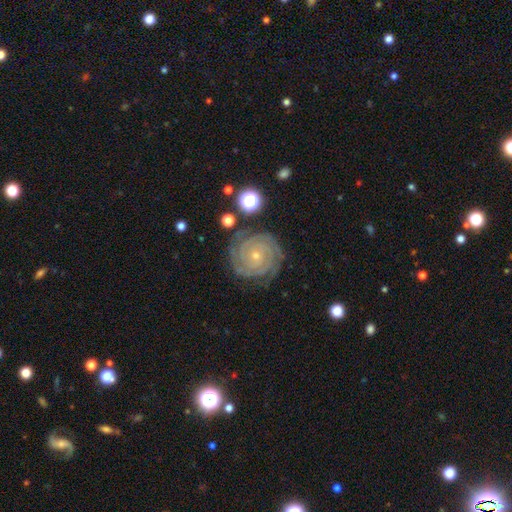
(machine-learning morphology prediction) featured or disk 88%, star or artifact 7%, smooth 5%. Down the decision tree: edge-on disk — no (98%); bar — no (79%); spiral arms — yes (98%); spiral arm count — 3 (28%); spiral winding — tight (88%); bulge size — small (80%); merging — none (82%).